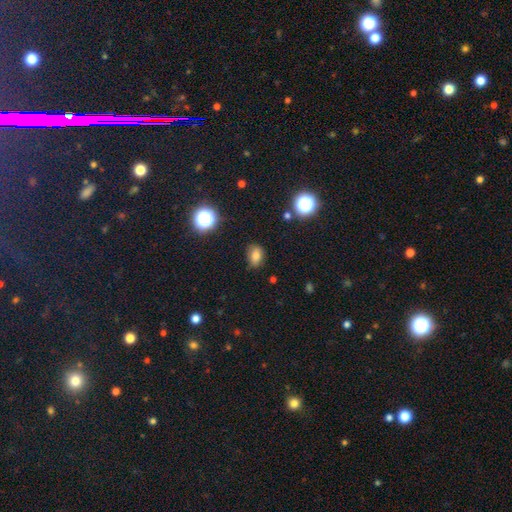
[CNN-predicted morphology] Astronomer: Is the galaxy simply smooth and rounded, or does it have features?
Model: smooth — 76%.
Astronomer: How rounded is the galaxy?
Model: in between — 73%.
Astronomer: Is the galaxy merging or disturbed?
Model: none — 81%.